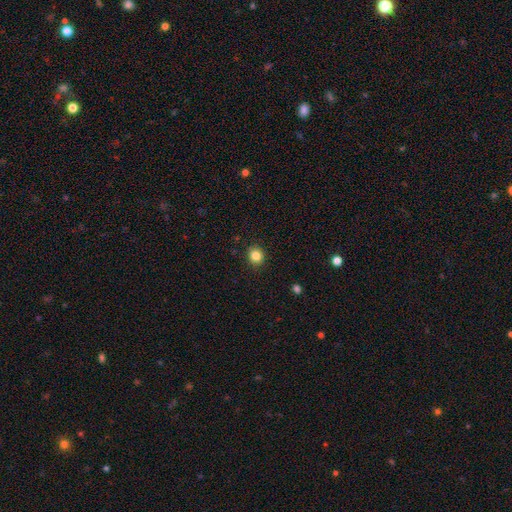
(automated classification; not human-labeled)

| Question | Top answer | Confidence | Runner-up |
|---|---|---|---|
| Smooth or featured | smooth | 84% | star or artifact (11%) |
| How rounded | round | 86% | in between (13%) |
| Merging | none | 91% | minor disturbance (6%) |